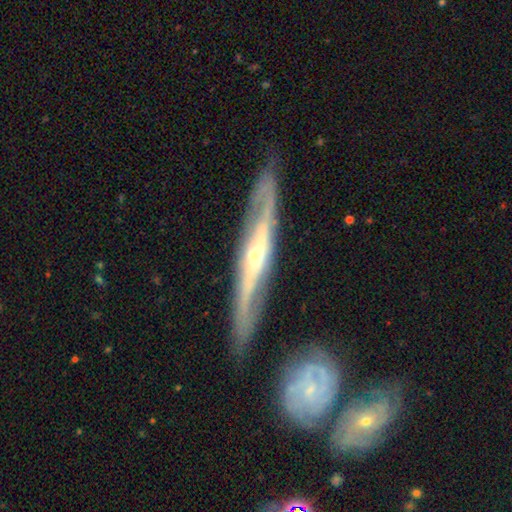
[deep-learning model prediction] A featured or disk galaxy (83%) viewed edge-on (62%) with a rounded central bulge (74%).

Vote fractions:
- Smooth or featured? featured or disk: 83% / smooth: 11% / star or artifact: 6%
- Edge-on disk? yes: 62% / no: 38%
- Edge-on bulge? rounded: 74% / none: 22% / boxy: 4%
- Merging? none: 80% / minor disturbance: 13% / merger: 4% / major disturbance: 4%